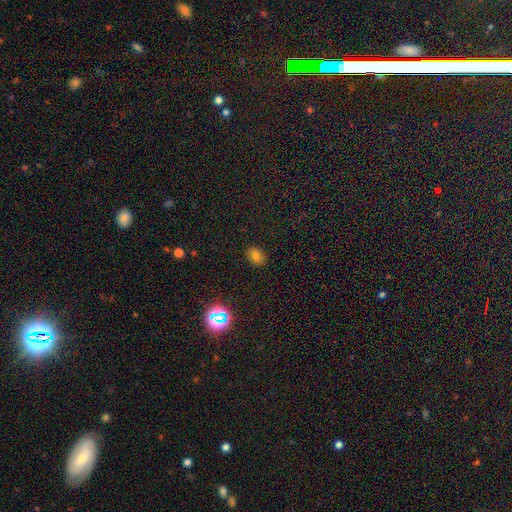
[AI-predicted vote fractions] The model was most divided on "how rounded": in between: 59%, round: 40%, cigar-shaped: 1%. More confident: merging — none (88%); smooth or featured — smooth (73%).